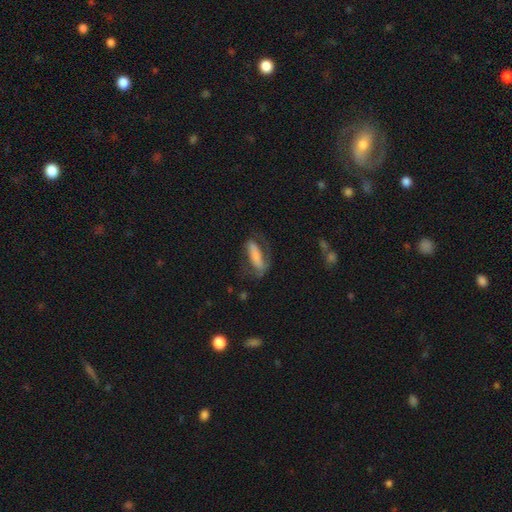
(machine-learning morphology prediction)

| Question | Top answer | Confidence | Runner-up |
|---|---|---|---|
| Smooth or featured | smooth | 51% | featured or disk (42%) |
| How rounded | cigar-shaped | 51% | in between (46%) |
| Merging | none | 52% | major disturbance (23%) |